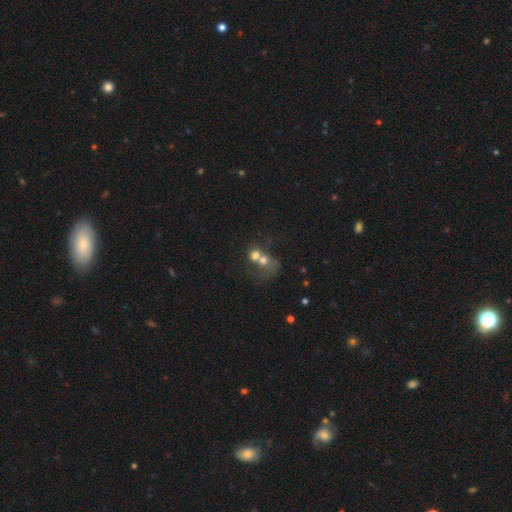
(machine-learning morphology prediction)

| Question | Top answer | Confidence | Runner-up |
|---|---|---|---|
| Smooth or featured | smooth | 59% | featured or disk (28%) |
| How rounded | round | 67% | in between (32%) |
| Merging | merger | 72% | none (15%) |